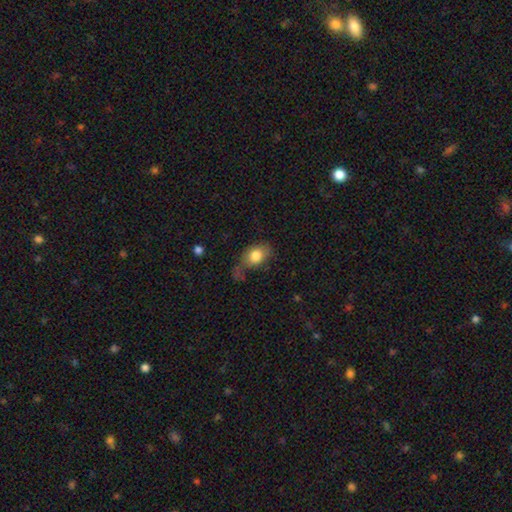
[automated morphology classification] The model was most divided on "merging": none: 47%, minor disturbance: 28%, major disturbance: 17%, merger: 8%. More confident: smooth or featured — smooth (80%); how rounded — in between (68%).